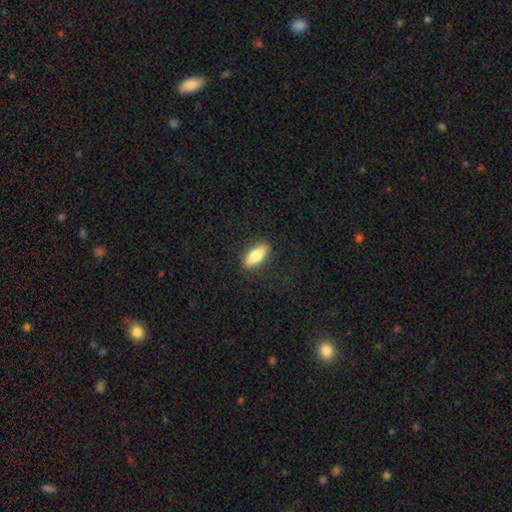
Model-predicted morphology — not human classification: smooth-or-featured: smooth: 74% | featured or disk: 20% | star or artifact: 6%
  how-rounded: in between: 65% | cigar-shaped: 33% | round: 3%
  merging: none: 84% | minor disturbance: 11% | major disturbance: 4% | merger: 1%